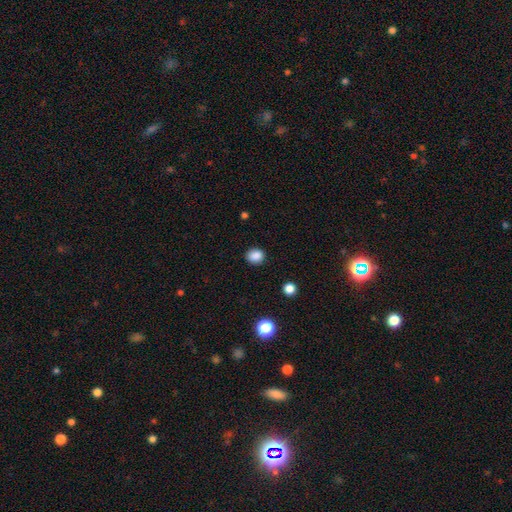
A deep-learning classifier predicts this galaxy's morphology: type=smooth (86%); roundness=round (68%); merging=none (88%).